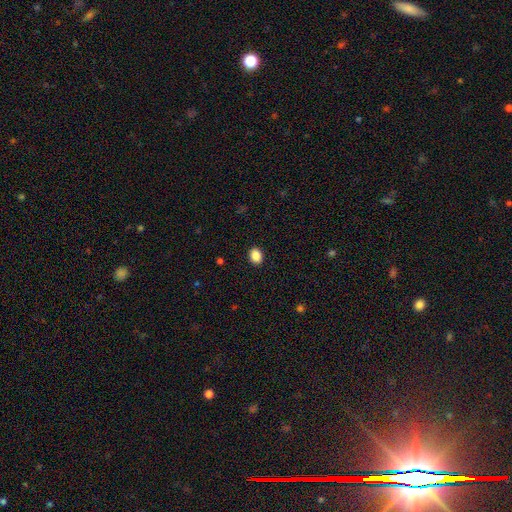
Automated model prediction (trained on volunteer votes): This appears to be a smooth galaxy with no disk features (87%) that is in between round and cigar-shaped (60%). Merging: none (91%).